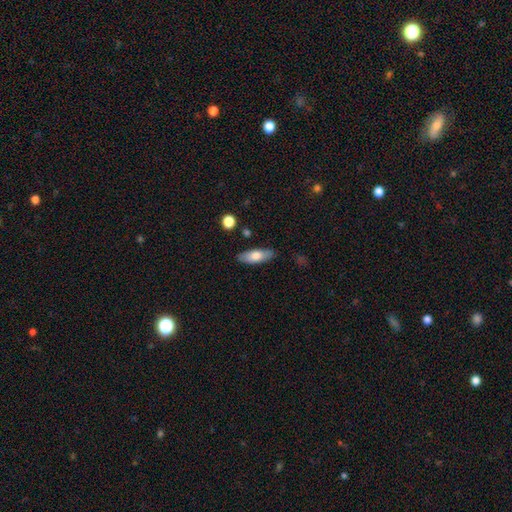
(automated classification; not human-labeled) Overall: smooth (71%). How rounded: in between (67%; cigar-shaped 30%). Merging: none (84%).